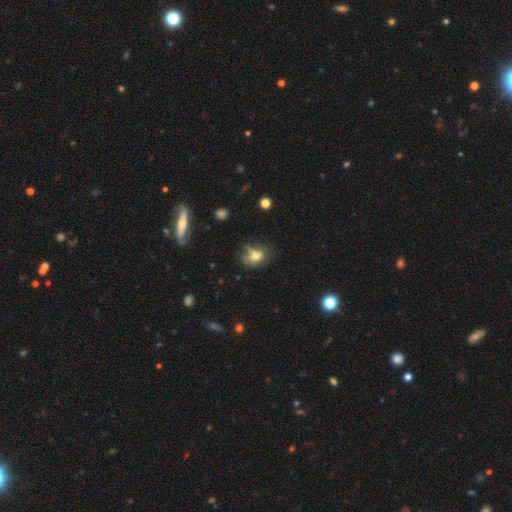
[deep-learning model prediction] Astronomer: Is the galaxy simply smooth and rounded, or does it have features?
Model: smooth — 62%.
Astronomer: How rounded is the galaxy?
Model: in between — 56% (runner-up: round, 43%).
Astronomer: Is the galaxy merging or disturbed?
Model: none — 48% (runner-up: minor disturbance, 29%).